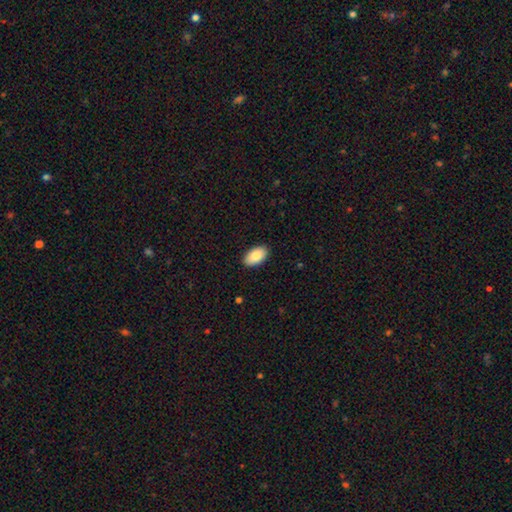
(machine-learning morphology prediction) smooth 84%, featured or disk 10%, star or artifact 6%. Down the decision tree: how rounded — in between (95%); merging — none (89%).